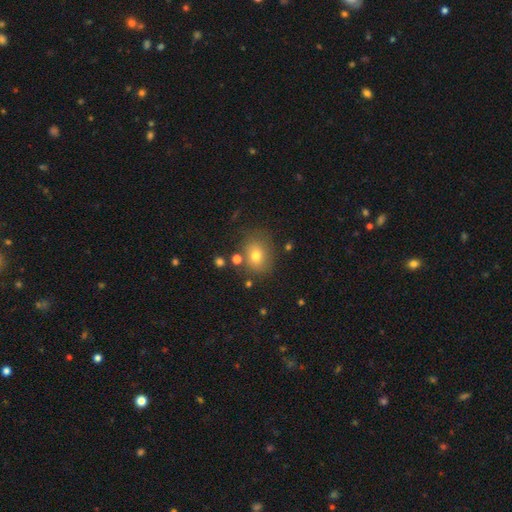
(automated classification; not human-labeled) smooth-or-featured: smooth: 72% | star or artifact: 14% | featured or disk: 13%
  how-rounded: round: 58% | in between: 41% | cigar-shaped: 1%
  merging: none: 73% | minor disturbance: 15% | merger: 7% | major disturbance: 6%